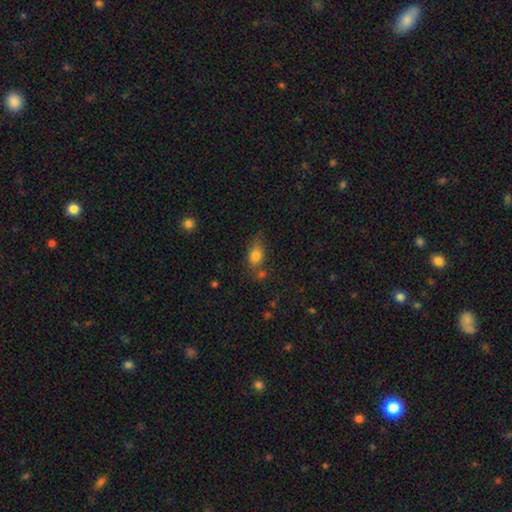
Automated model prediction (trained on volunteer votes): This appears to be a smooth galaxy with no disk features (78%) that is in between round and cigar-shaped (77%). Merging: none (55%).